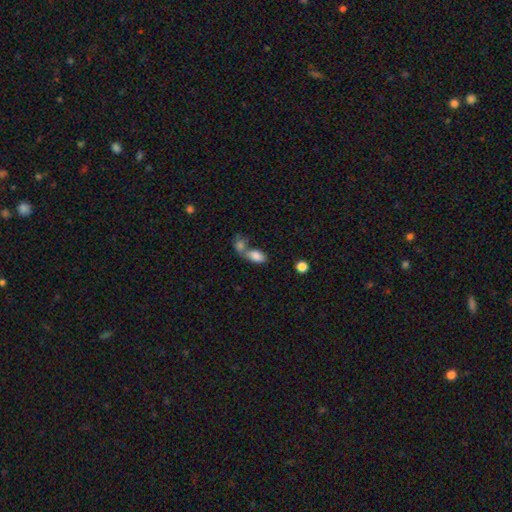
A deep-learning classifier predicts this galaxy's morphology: Q: Smooth or featured?
A: smooth (84%); runner-up: star or artifact (8%)
Q: How rounded?
A: in between (91%); runner-up: round (6%)
Q: Merging?
A: merger (58%); runner-up: none (29%)